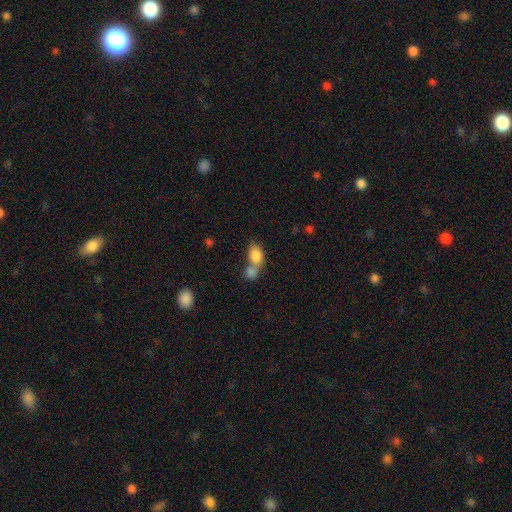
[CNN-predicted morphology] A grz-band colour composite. It shows a smooth galaxy with no disk features (83%) that is in between round and cigar-shaped (80%). Merging: merger (66%).